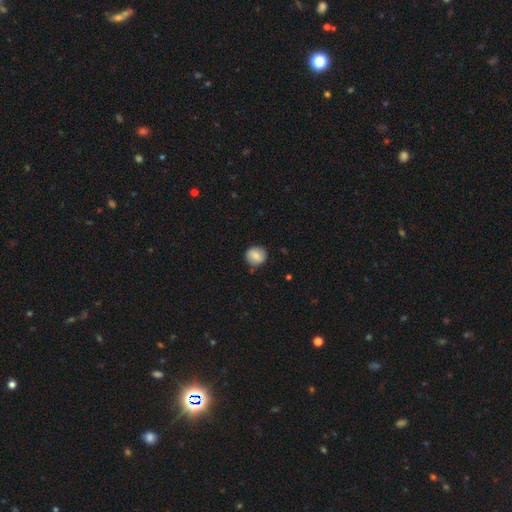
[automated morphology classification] A smooth galaxy with no disk features (77%) that is round (85%). Merging: none (83%).